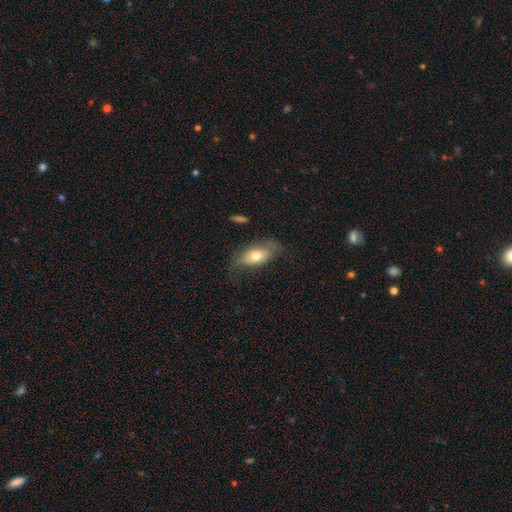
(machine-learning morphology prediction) This is likely a smooth galaxy (69%). How rounded: clearly in between (88%). Merging: likely none (62%).